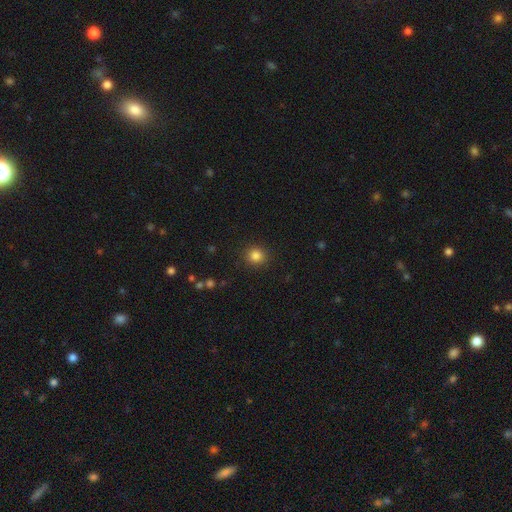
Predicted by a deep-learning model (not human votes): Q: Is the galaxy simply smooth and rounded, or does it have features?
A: smooth — 83%.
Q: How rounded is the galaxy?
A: round — 90%.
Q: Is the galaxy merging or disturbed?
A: none — 90%.